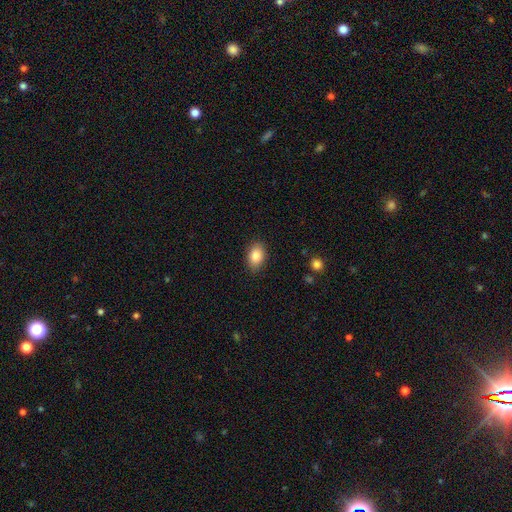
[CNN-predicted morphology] smooth-or-featured: smooth: 86% | star or artifact: 8% | featured or disk: 6%
  how-rounded: in between: 85% | round: 14% | cigar-shaped: 1%
  merging: none: 86% | minor disturbance: 11% | major disturbance: 3% | merger: 1%